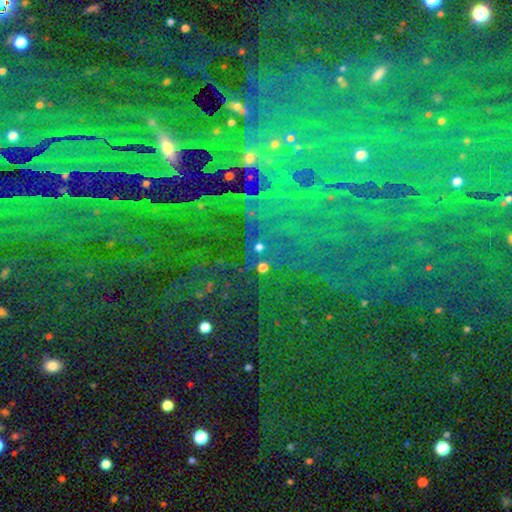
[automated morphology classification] Smooth or featured: star or artifact — 77% (featured or disk — 13%)